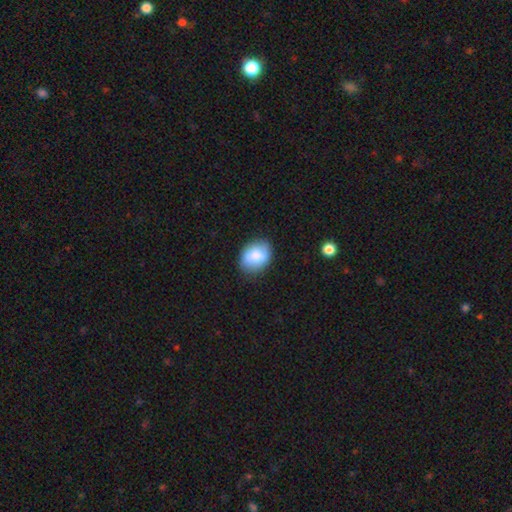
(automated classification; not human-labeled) Smooth or featured?
  - smooth: 79% *
  - featured or disk: 14%
  - star or artifact: 7%
How rounded?
  - in between: 63% *
  - round: 36%
  - cigar-shaped: 1%
Merging?
  - none: 81% *
  - minor disturbance: 14%
  - major disturbance: 3%
  - merger: 1%